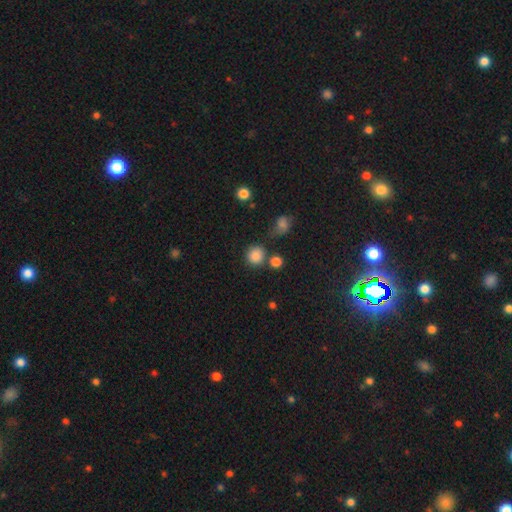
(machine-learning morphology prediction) Smooth or featured?
  - smooth: 84% *
  - star or artifact: 12%
  - featured or disk: 4%
How rounded?
  - round: 89% *
  - in between: 10%
  - cigar-shaped: 1%
Merging?
  - none: 71% *
  - merger: 12%
  - minor disturbance: 11%
  - major disturbance: 5%